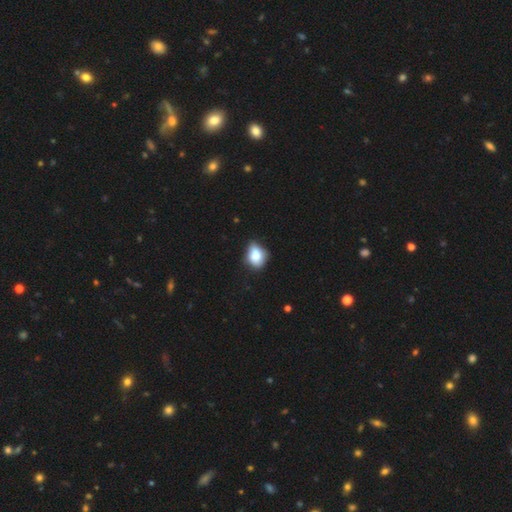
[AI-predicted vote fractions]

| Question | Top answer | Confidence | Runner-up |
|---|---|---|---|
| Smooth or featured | smooth | 76% | featured or disk (14%) |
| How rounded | in between | 56% | round (43%) |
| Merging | none | 53% | minor disturbance (36%) |